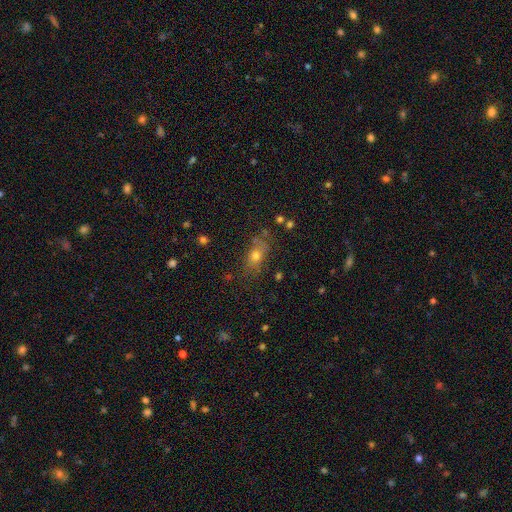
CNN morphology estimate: Q: Smooth or featured?
A: smooth (65%); runner-up: star or artifact (19%)
Q: How rounded?
A: in between (65%); runner-up: round (29%)
Q: Merging?
A: none (69%); runner-up: minor disturbance (19%)